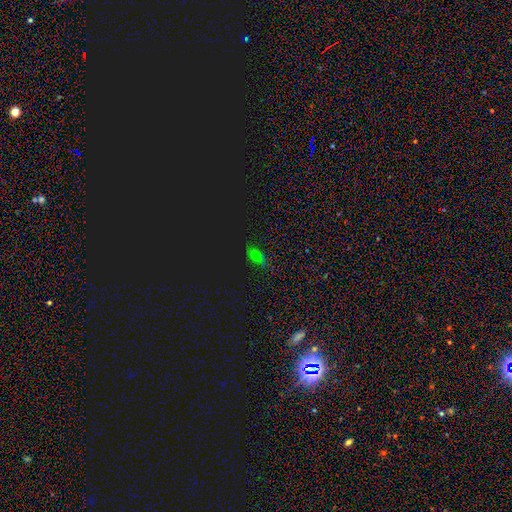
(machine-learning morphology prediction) Q: Smooth or featured?
A: smooth (45%); runner-up: star or artifact (43%)
Q: Merging?
A: none (76%); runner-up: minor disturbance (16%)